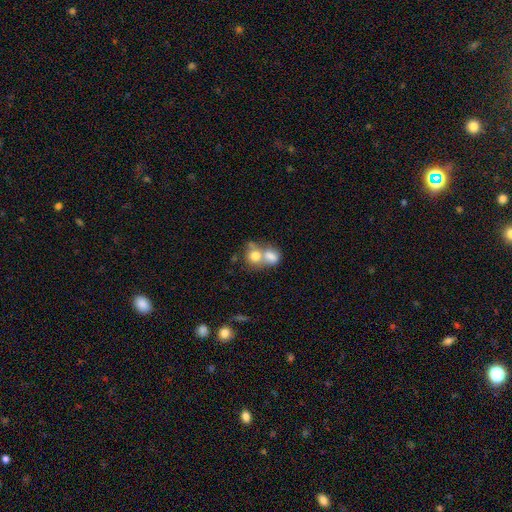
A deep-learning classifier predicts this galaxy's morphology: Smooth or featured? Predicted: smooth (p=0.74). How rounded? Predicted: round (p=0.63). Merging? Predicted: merger (p=0.68).